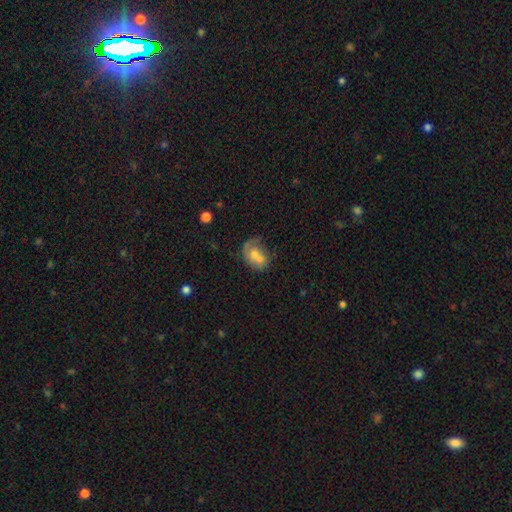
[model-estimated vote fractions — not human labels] A smooth galaxy with no disk features (53%) that is in between round and cigar-shaped (64%).

Vote fractions:
- Smooth or featured? smooth: 53% / featured or disk: 39% / star or artifact: 8%
- How rounded? in between: 64% / round: 34% / cigar-shaped: 1%
- Merging? merger: 42% / none: 26% / minor disturbance: 16% / major disturbance: 15%